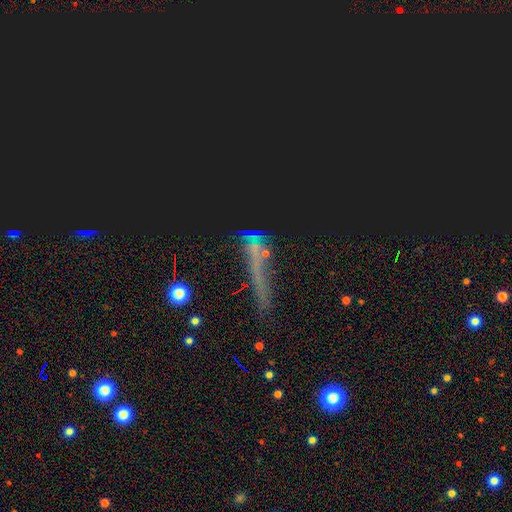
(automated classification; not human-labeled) Smooth or featured: star or artifact — 50% (smooth — 27%)